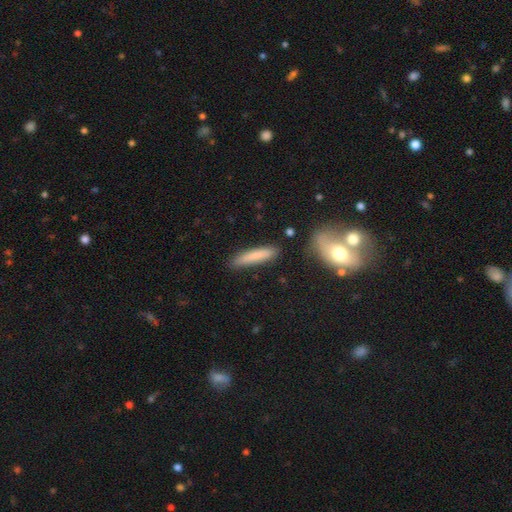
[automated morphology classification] Q: Smooth or featured?
A: smooth (79%); runner-up: featured or disk (15%)
Q: How rounded?
A: cigar-shaped (88%); runner-up: in between (11%)
Q: Merging?
A: none (85%); runner-up: minor disturbance (10%)